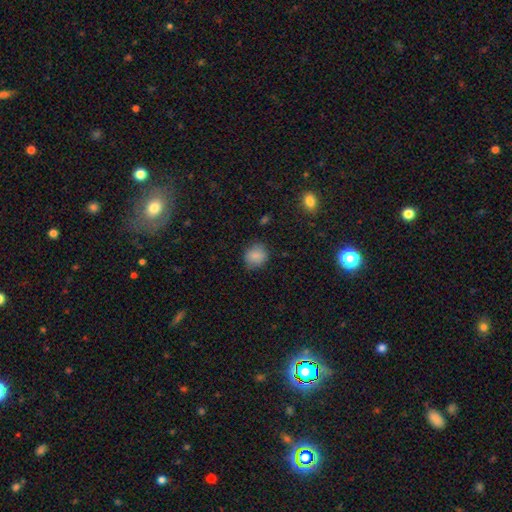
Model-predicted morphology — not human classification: A smooth galaxy with no disk features (85%) that is round (73%). Merging: none (79%).